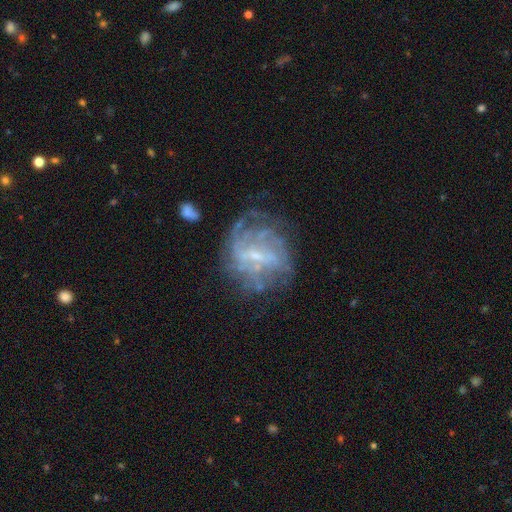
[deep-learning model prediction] featured or disk 76%, smooth 13%, star or artifact 11%. Down the decision tree: edge-on disk — no (97%); bar — weak (53%); spiral arms — yes (72%); spiral arm count — can't tell (56%); spiral winding — tight (44%); bulge size — small (65%); merging — none (57%).